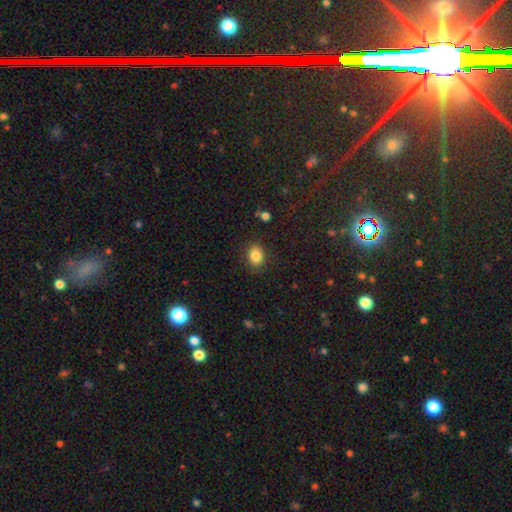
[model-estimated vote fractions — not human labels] A smooth galaxy with no disk features (84%) that is in between round and cigar-shaped (60%).

Vote fractions:
- Smooth or featured? smooth: 84% / star or artifact: 10% / featured or disk: 6%
- How rounded? in between: 60% / round: 39% / cigar-shaped: 1%
- Merging? none: 85% / minor disturbance: 11% / major disturbance: 3% / merger: 1%